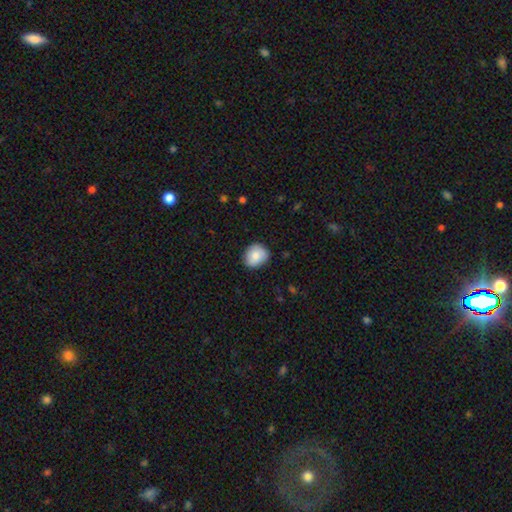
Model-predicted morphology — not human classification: smooth 82%, featured or disk 10%, star or artifact 7%. Down the decision tree: how rounded — round (67%); merging — none (80%).